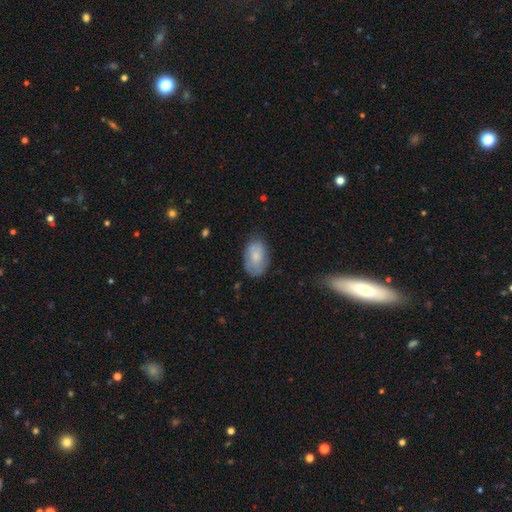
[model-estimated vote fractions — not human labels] smooth-or-featured: smooth: 73% | featured or disk: 20% | star or artifact: 7%
  how-rounded: in between: 89% | round: 9% | cigar-shaped: 1%
  merging: none: 68% | minor disturbance: 24% | major disturbance: 6% | merger: 2%